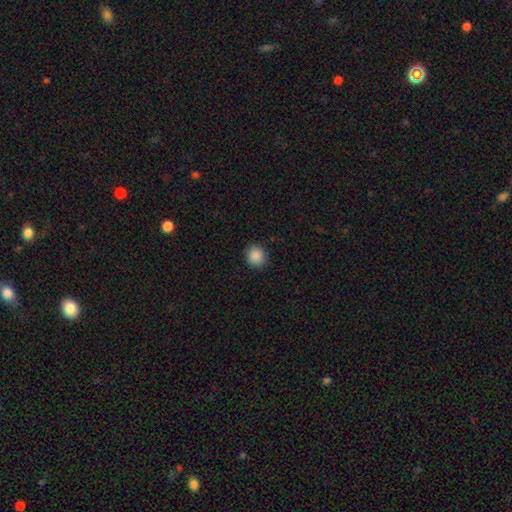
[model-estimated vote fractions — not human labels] smooth_or_featured: smooth (p=0.88) [alt: star or artifact p=0.09]
how_rounded: round (p=0.87) [alt: in between p=0.12]
merging: none (p=0.89) [alt: minor disturbance p=0.08]